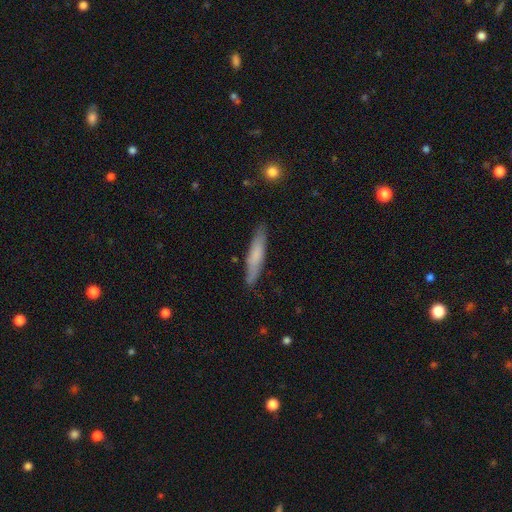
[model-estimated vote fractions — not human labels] smooth_or_featured: smooth (p=0.67) [alt: featured or disk p=0.27]
how_rounded: cigar-shaped (p=0.89) [alt: in between p=0.10]
merging: none (p=0.85) [alt: minor disturbance p=0.12]